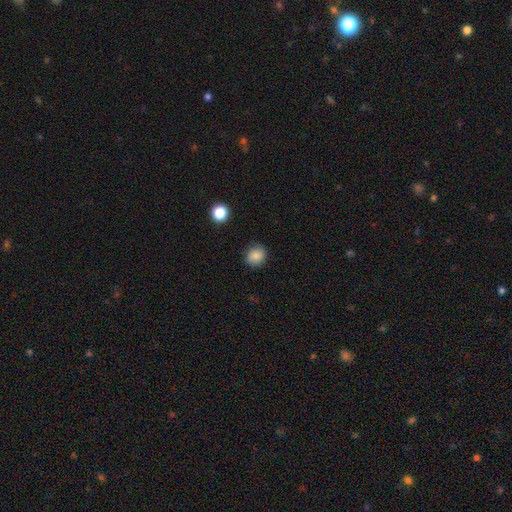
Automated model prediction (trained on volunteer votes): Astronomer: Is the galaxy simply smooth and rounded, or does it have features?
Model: smooth — 86%.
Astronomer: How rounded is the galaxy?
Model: round — 80%.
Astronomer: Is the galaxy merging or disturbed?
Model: none — 87%.